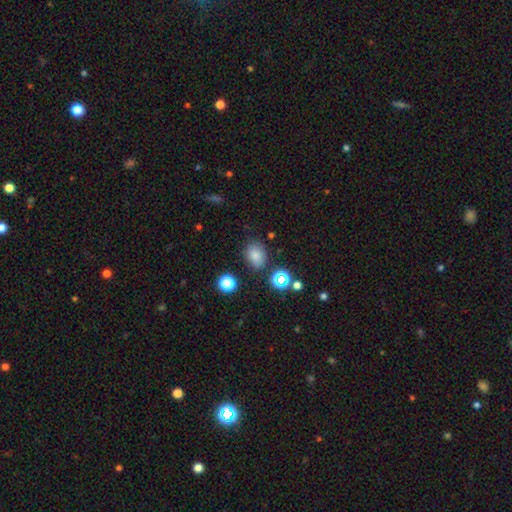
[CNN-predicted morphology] Q: Smooth or featured?
A: smooth (77%); runner-up: star or artifact (16%)
Q: How rounded?
A: in between (60%); runner-up: round (39%)
Q: Merging?
A: none (78%); runner-up: minor disturbance (14%)